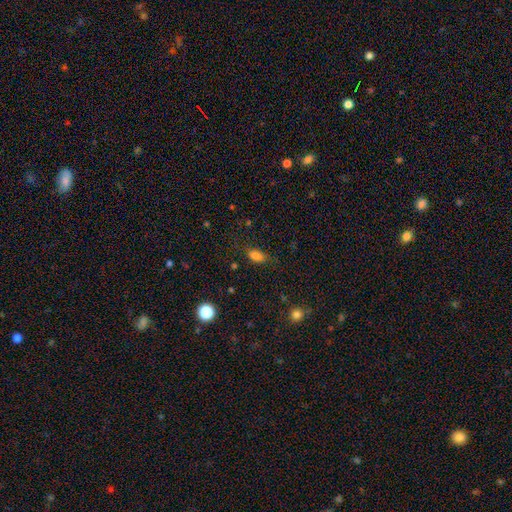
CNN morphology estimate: Smooth or featured? smooth (81%)
How rounded? in between (85%)
Merging? none (71%)